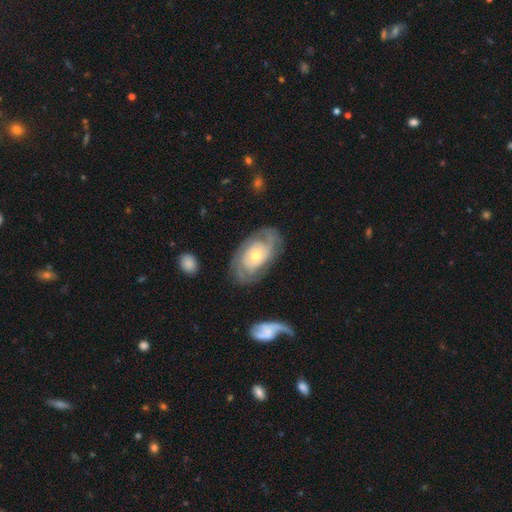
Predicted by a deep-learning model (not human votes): Smooth or featured? Predicted: featured or disk (p=0.79). Edge-on disk? Predicted: no (p=0.95). Bar? Predicted: no (p=0.79). Spiral arms? Predicted: yes (p=0.88). Spiral winding? Predicted: tight (p=0.59). Spiral arm count? Predicted: 2 (p=0.41). Bulge size? Predicted: moderate (p=0.54). Merging? Predicted: none (p=0.72).